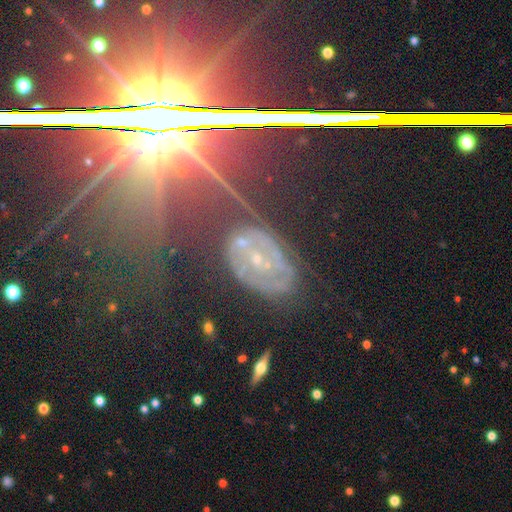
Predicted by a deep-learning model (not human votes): Smooth or featured? featured or disk (49%)
Merging? none (74%)